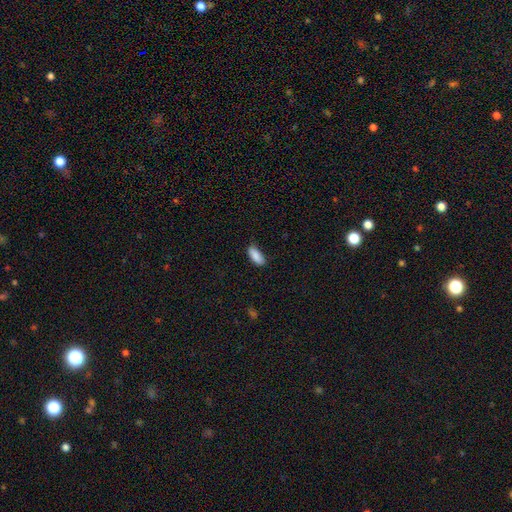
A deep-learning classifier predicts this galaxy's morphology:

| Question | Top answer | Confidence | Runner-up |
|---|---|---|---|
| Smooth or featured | smooth | 89% | star or artifact (7%) |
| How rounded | in between | 80% | cigar-shaped (18%) |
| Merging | none | 78% | minor disturbance (18%) |